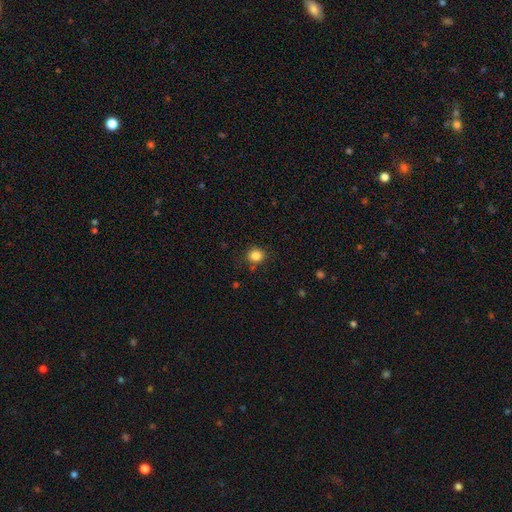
smooth_or_featured: smooth (p=0.92) [alt: star or artifact p=0.05]
how_rounded: round (p=0.92) [alt: in between p=0.08]
merging: none (p=0.97) [alt: minor disturbance p=0.03]